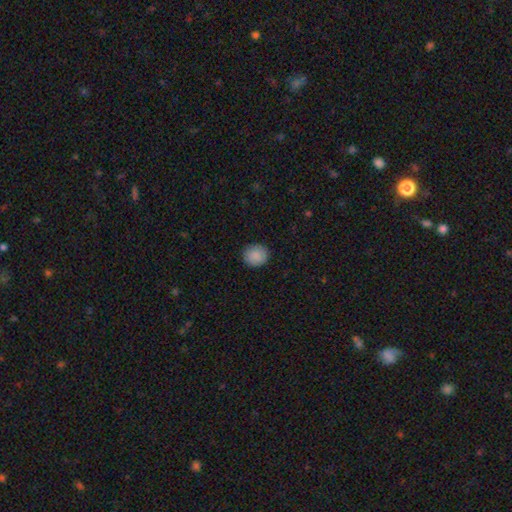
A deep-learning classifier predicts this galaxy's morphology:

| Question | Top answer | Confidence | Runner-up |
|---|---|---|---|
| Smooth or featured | smooth | 88% | star or artifact (7%) |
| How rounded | round | 83% | in between (16%) |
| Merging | none | 89% | minor disturbance (8%) |